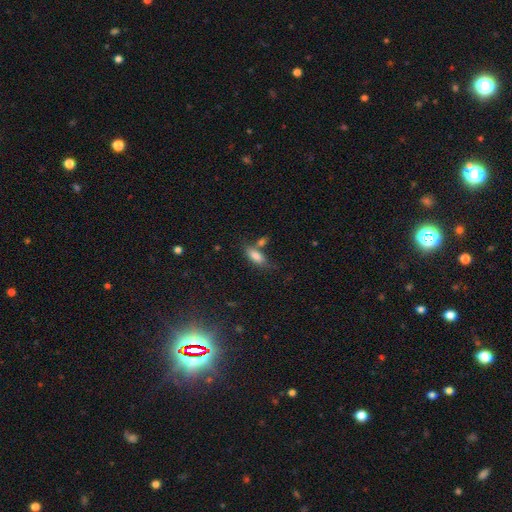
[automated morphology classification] type=smooth (80%); roundness=in between (77%); merging=none (53%).